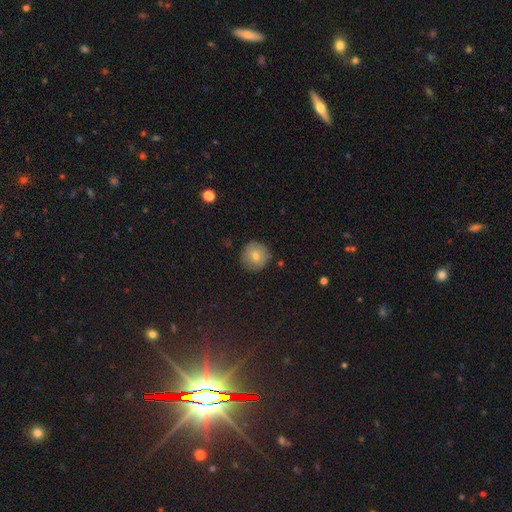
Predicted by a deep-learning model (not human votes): smooth-or-featured: smooth: 74% | featured or disk: 16% | star or artifact: 9%
  how-rounded: round: 93% | in between: 6% | cigar-shaped: 1%
  merging: none: 83% | minor disturbance: 13% | major disturbance: 3% | merger: 2%